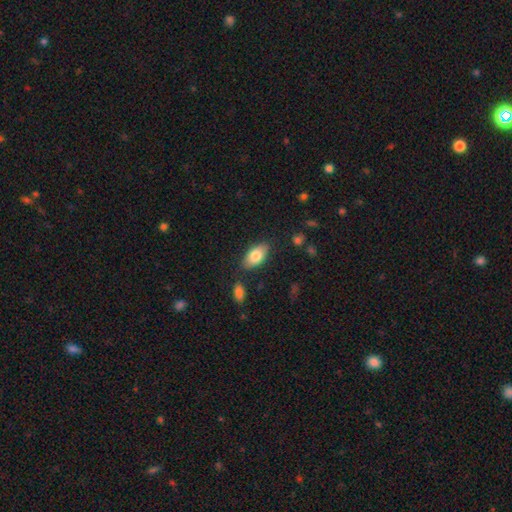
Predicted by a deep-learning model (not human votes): This is likely a smooth galaxy (79%). How rounded: clearly in between (92%). Merging: likely none (80%).